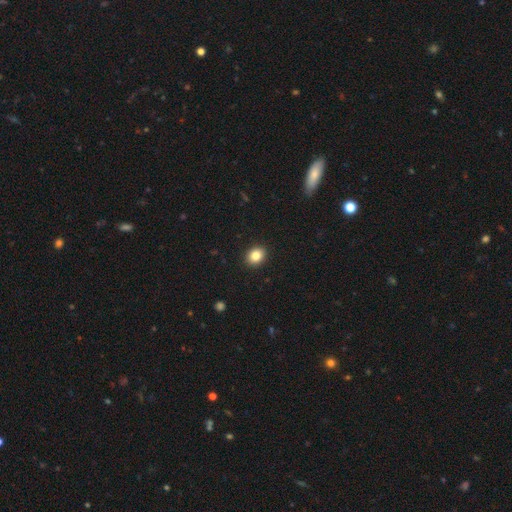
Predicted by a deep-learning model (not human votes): This appears to be a smooth galaxy with no disk features (85%) that is round (54%). Merging: none (92%).